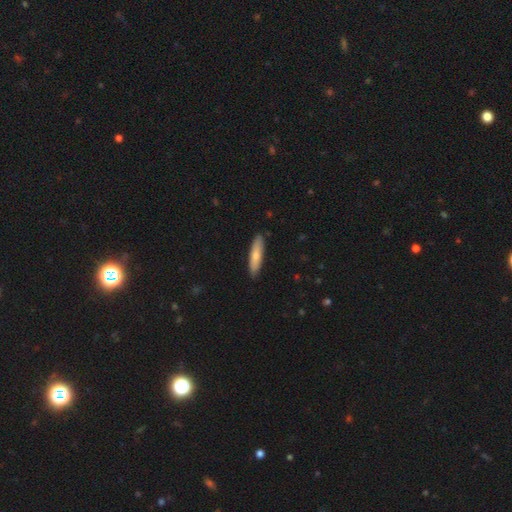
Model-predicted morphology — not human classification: Smooth or featured? Predicted: smooth (p=0.74). How rounded? Predicted: cigar-shaped (p=0.79). Merging? Predicted: none (p=0.89).